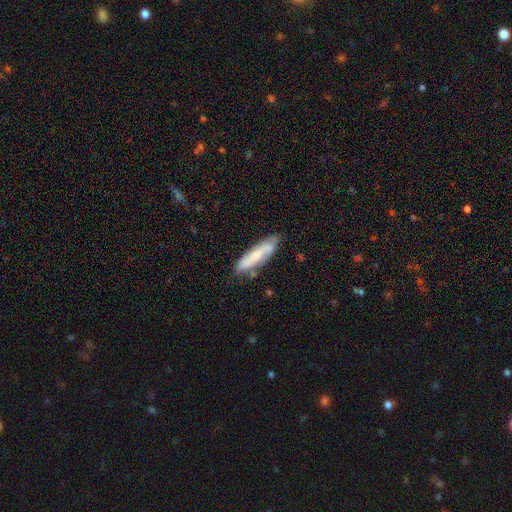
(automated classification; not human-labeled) Q: Smooth or featured?
A: smooth (53%); runner-up: featured or disk (40%)
Q: How rounded?
A: cigar-shaped (72%); runner-up: in between (26%)
Q: Merging?
A: none (74%); runner-up: minor disturbance (19%)